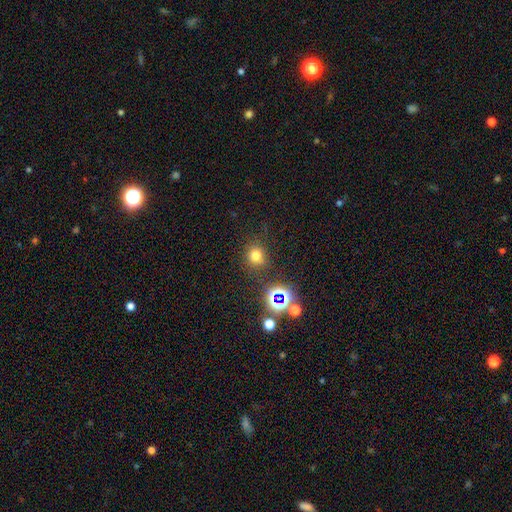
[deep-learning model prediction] Smooth or featured? Predicted: smooth (p=0.69). How rounded? Predicted: round (p=0.85). Merging? Predicted: none (p=0.78).